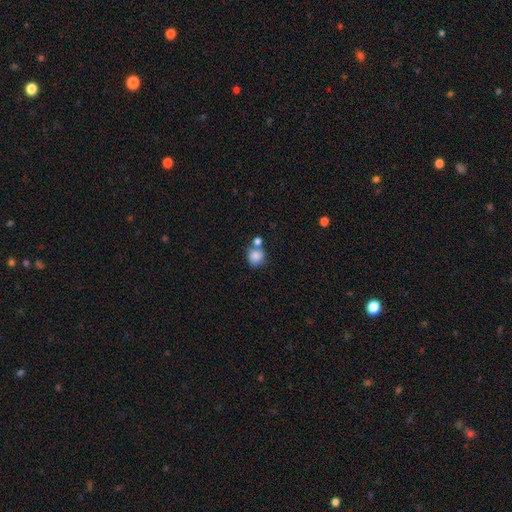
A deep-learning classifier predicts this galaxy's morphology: smooth_or_featured: smooth (p=0.84) [alt: star or artifact p=0.09]
how_rounded: round (p=0.79) [alt: in between p=0.20]
merging: none (p=0.49) [alt: merger p=0.33]